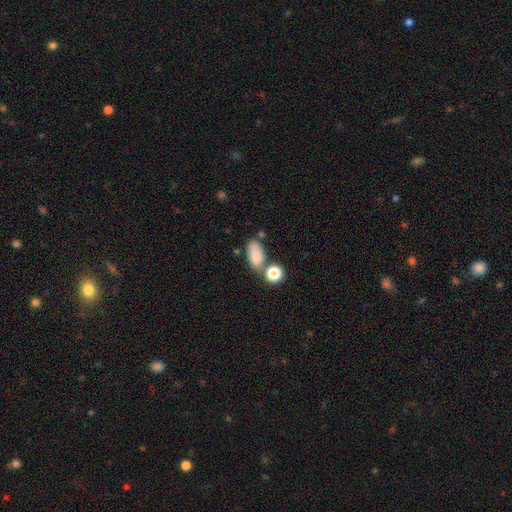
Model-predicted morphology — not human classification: Smooth or featured? smooth (82%)
How rounded? in between (87%)
Merging? none (55%)